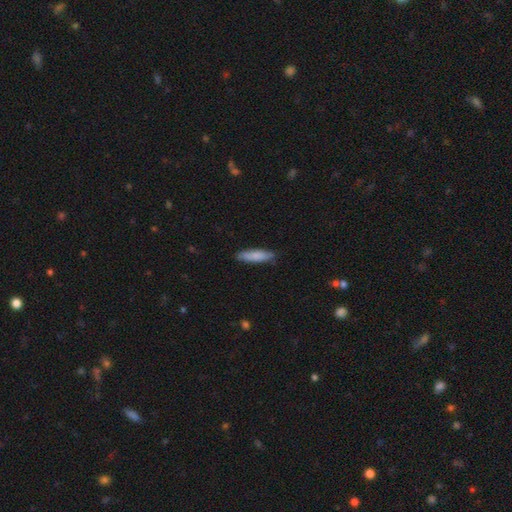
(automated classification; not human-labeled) A smooth galaxy with no disk features (79%) that is cigar-shaped (68%).

Vote fractions:
- Smooth or featured? smooth: 79% / featured or disk: 15% / star or artifact: 6%
- How rounded? cigar-shaped: 68% / in between: 30% / round: 2%
- Merging? none: 81% / minor disturbance: 15% / major disturbance: 2% / merger: 1%